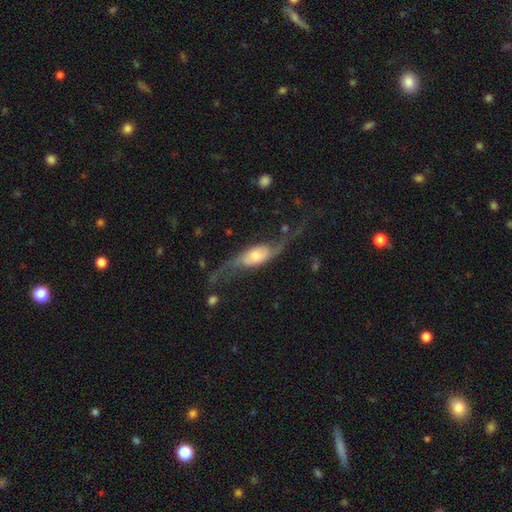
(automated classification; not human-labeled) Overall: featured or disk (78%). Edge-on disk: no (80%). Bar: no (55%; weak 30%). Spiral arms: yes (92%). Spiral arm count: 2 (92%). Spiral winding: loose (86%). Bulge size: moderate (50%; small 23%). Merging: none (53%; major disturbance 25%).